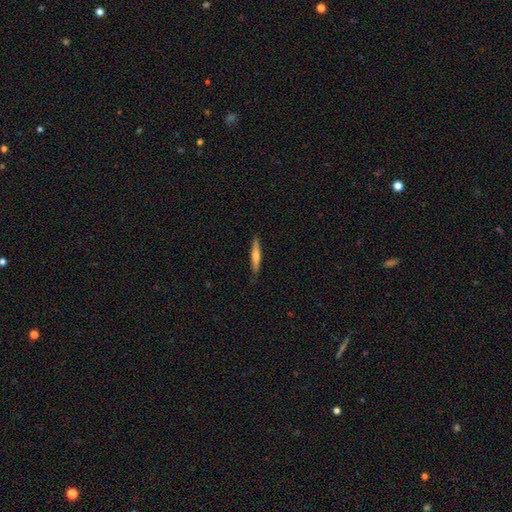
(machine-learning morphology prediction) Overall: smooth (48%; featured or disk 46%). Merging: none (88%).